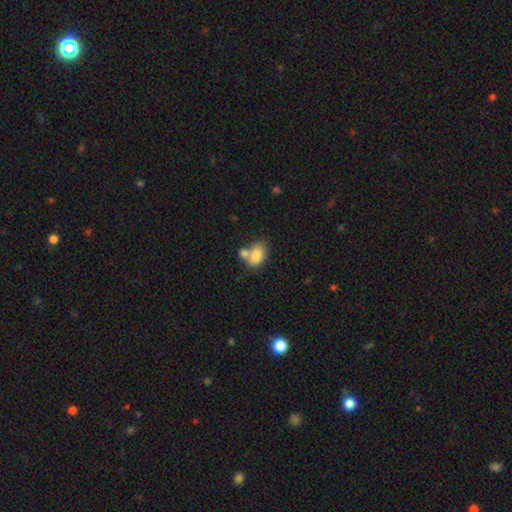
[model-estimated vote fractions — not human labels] A smooth galaxy with no disk features (80%) that is in between round and cigar-shaped (75%).

Vote fractions:
- Smooth or featured? smooth: 80% / featured or disk: 11% / star or artifact: 8%
- How rounded? in between: 75% / round: 24% / cigar-shaped: 1%
- Merging? merger: 45% / none: 37% / minor disturbance: 13% / major disturbance: 5%